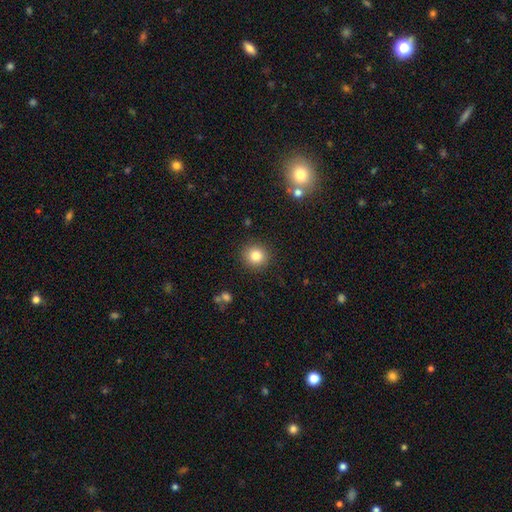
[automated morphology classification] The model was most divided on "smooth or featured": smooth: 82%, star or artifact: 11%, featured or disk: 7%. More confident: how rounded — round (92%); merging — none (90%).